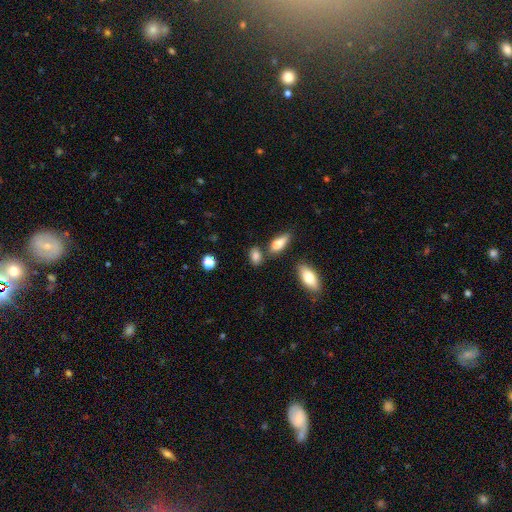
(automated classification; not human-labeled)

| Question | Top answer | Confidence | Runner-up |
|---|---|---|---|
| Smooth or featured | smooth | 83% | star or artifact (10%) |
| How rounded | in between | 79% | round (16%) |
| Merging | none | 68% | minor disturbance (15%) |